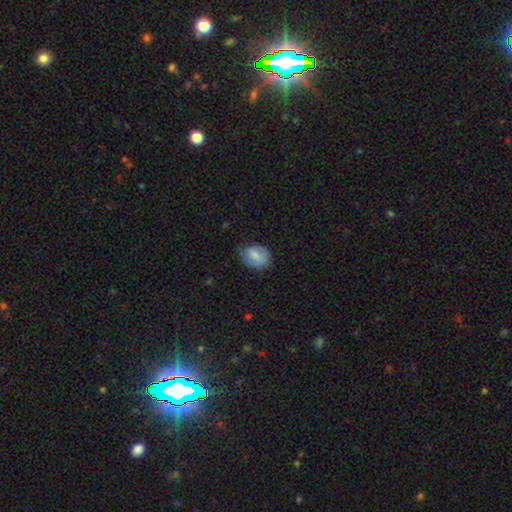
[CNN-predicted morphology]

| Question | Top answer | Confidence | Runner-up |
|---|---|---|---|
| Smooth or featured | smooth | 76% | featured or disk (17%) |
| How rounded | in between | 63% | round (36%) |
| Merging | none | 64% | minor disturbance (28%) |